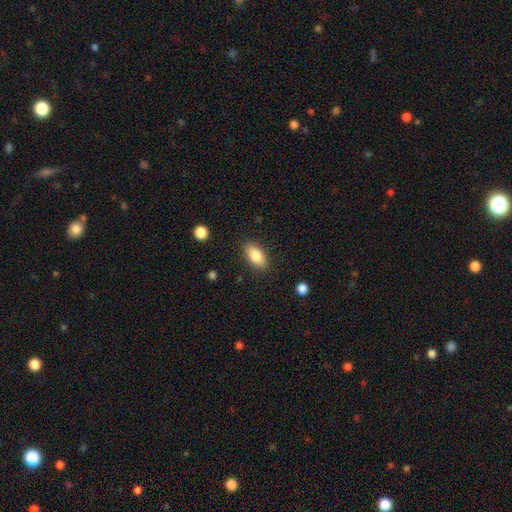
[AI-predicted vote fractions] This is clearly a smooth galaxy (84%). How rounded: clearly in between (88%). Merging: clearly none (86%).